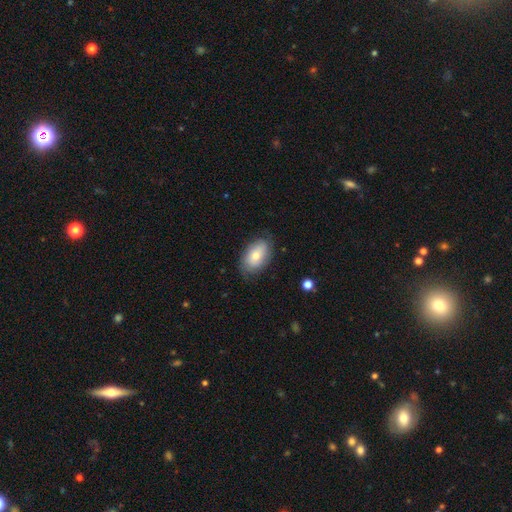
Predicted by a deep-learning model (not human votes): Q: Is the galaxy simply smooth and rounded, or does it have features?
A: smooth — 70%.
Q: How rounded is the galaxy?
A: in between — 91%.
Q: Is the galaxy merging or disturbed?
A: none — 76%.